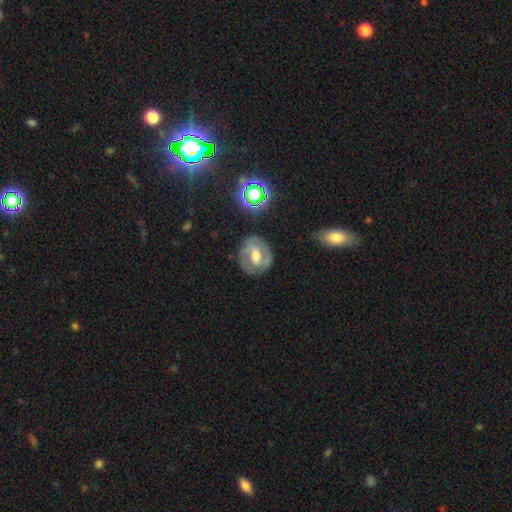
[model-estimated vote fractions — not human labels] Smooth or featured? featured or disk (64%)
Edge-on disk? no (96%)
Bar? weak (45%)
Spiral arms? yes (68%)
Bulge size? moderate (64%)
Merging? none (79%)